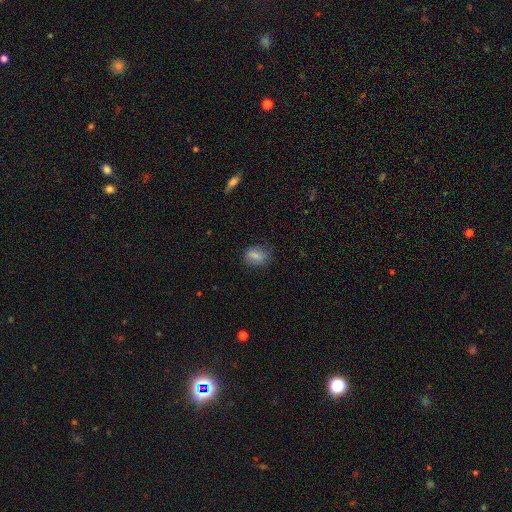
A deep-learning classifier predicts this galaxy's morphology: smooth-or-featured: smooth: 78% | featured or disk: 13% | star or artifact: 9%
  how-rounded: in between: 67% | round: 29% | cigar-shaped: 4%
  merging: none: 74% | minor disturbance: 19% | major disturbance: 6% | merger: 1%